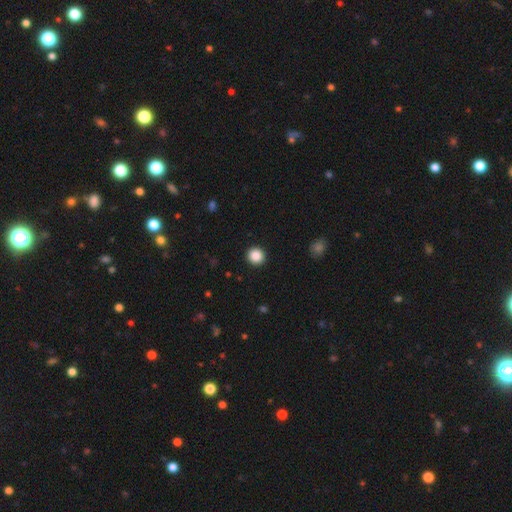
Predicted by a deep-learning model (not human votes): A smooth galaxy with no disk features (88%) that is round (93%). Merging: none (93%).